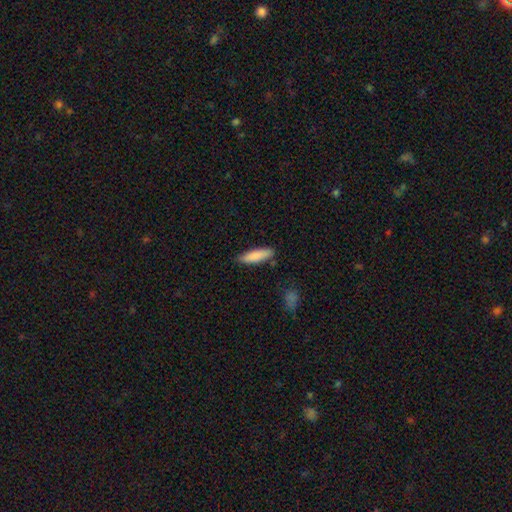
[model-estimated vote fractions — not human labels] smooth 85%, featured or disk 9%, star or artifact 6%. Down the decision tree: how rounded — cigar-shaped (64%); merging — none (82%).